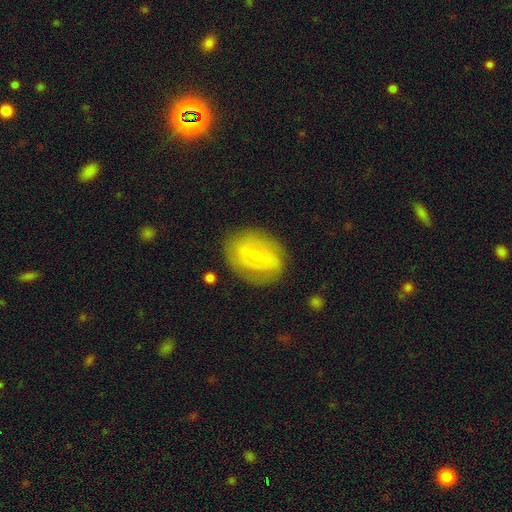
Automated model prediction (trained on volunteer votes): Smooth or featured? featured or disk (56%)
Edge-on disk? no (93%)
Bar? weak (43%)
Spiral arms? yes (50%, tied with no)
Bulge size? small (71%)
Merging? none (80%)